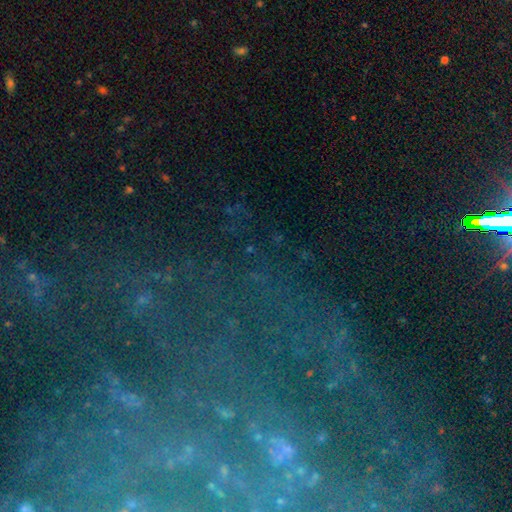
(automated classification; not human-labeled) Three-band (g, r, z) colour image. It shows a star or artifact, not a galaxy (51%).